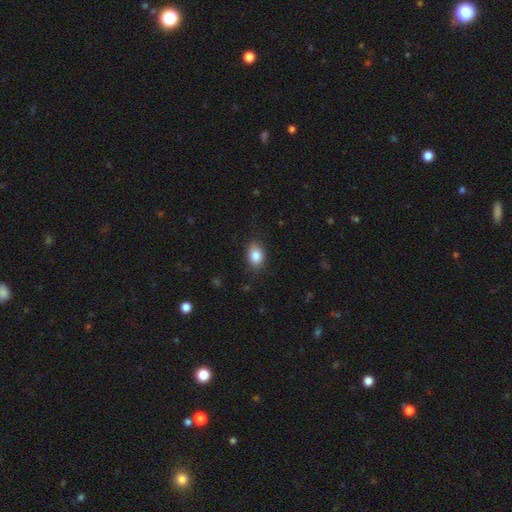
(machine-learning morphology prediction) Overall: smooth (86%). How rounded: in between (76%). Merging: none (83%).